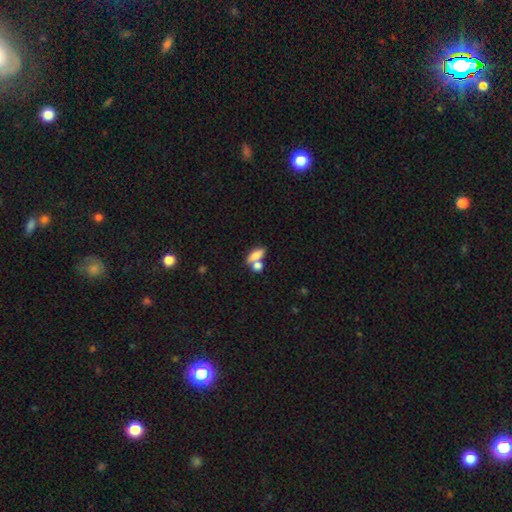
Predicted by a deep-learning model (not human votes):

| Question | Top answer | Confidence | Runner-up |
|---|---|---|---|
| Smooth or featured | smooth | 77% | featured or disk (15%) |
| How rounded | in between | 71% | cigar-shaped (19%) |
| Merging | merger | 47% | none (38%) |